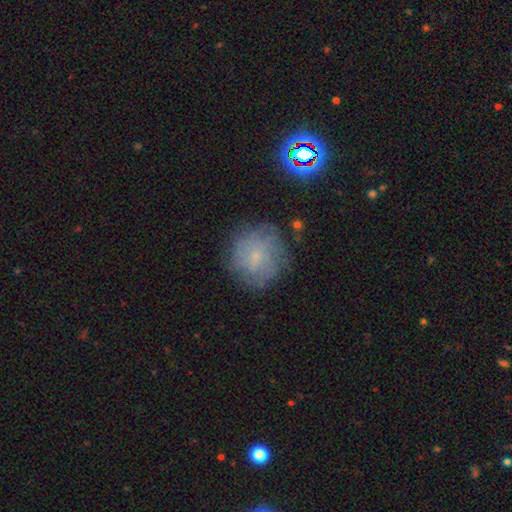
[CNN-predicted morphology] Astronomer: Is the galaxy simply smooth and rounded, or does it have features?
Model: smooth — 47% (runner-up: featured or disk, 39%).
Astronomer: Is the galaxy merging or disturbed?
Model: none — 74%.